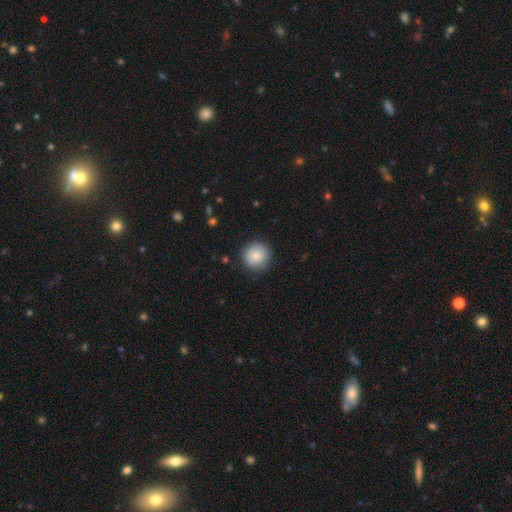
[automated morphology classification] A smooth galaxy with no disk features (84%) that is round (95%). Merging: none (88%).